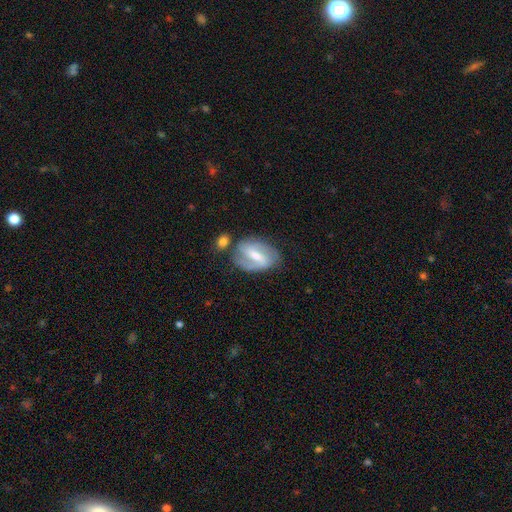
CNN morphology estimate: smooth-or-featured: featured or disk: 71% | smooth: 23% | star or artifact: 6%
  disk-edge-on: no: 96% | yes: 4%
    bar: weak: 45% | strong: 42% | no: 13%
    has-spiral-arms: yes: 85% | no: 15%
      spiral-winding: medium: 45% | loose: 32% | tight: 23%
      spiral-arm-count: 2: 78% | can't tell: 11% | 1: 5% | 3: 4% | 4: 1% | more than 4: 1%
    bulge-size: moderate: 53% | small: 38% | large: 4% | none: 3% | dominant: 1%
  merging: none: 63% | minor disturbance: 20% | merger: 10% | major disturbance: 8%